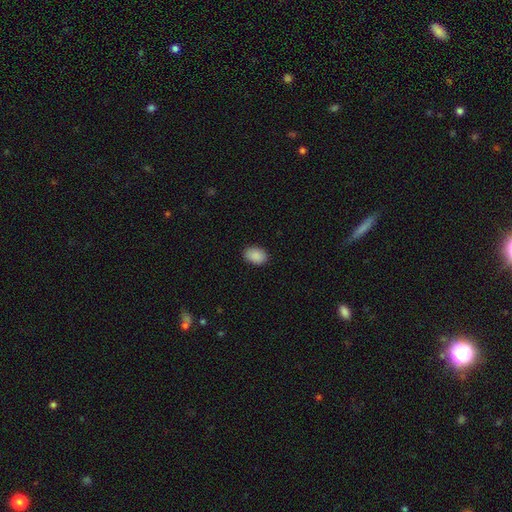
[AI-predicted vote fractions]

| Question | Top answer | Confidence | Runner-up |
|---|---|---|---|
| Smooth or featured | smooth | 90% | star or artifact (7%) |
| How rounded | in between | 81% | round (18%) |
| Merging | none | 88% | minor disturbance (9%) |